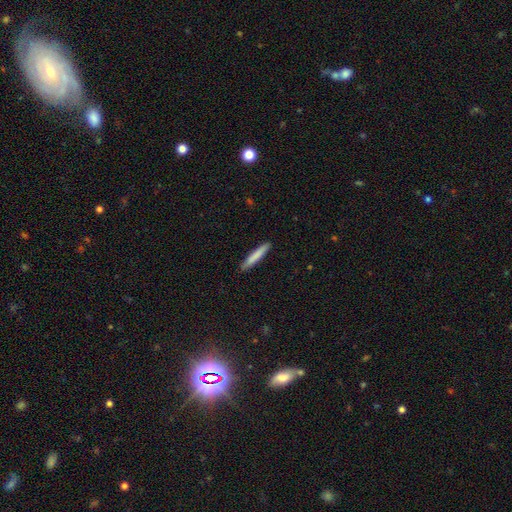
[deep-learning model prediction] Smooth or featured? Predicted: smooth (p=0.79). How rounded? Predicted: cigar-shaped (p=0.95). Merging? Predicted: none (p=0.90).